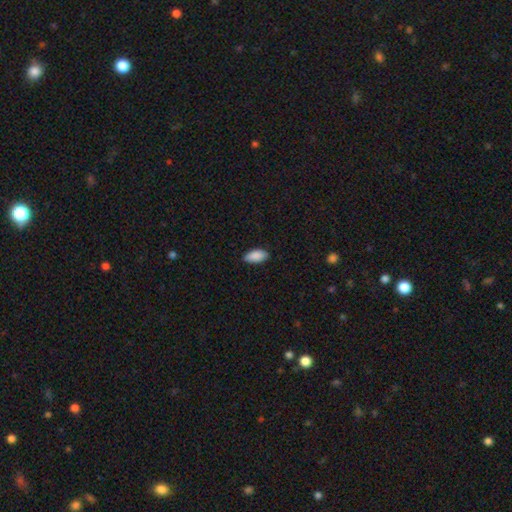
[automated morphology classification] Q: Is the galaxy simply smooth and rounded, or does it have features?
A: smooth — 90%.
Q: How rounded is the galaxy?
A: in between — 93%.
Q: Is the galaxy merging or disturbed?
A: none — 87%.